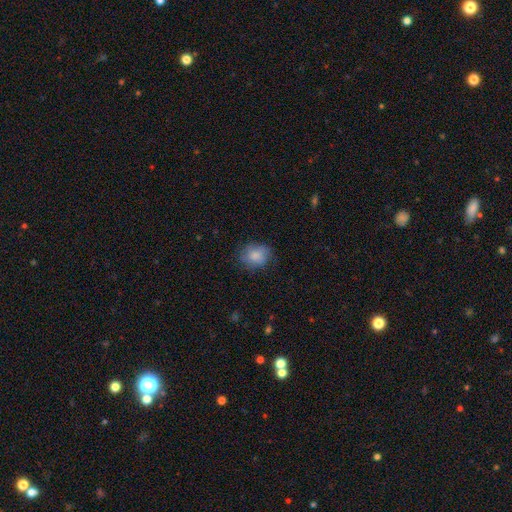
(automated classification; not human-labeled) A smooth galaxy with no disk features (81%) that is round (54%).

Vote fractions:
- Smooth or featured? smooth: 81% / featured or disk: 11% / star or artifact: 7%
- How rounded? round: 54% / in between: 45% / cigar-shaped: 1%
- Merging? none: 72% / minor disturbance: 21% / major disturbance: 6% / merger: 1%